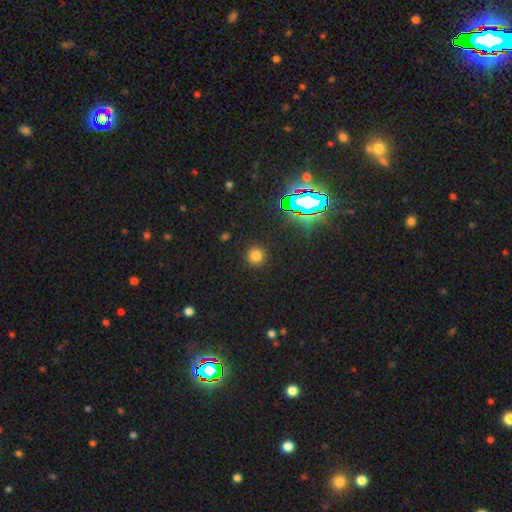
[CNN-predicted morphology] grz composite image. It shows a smooth galaxy with no disk features (75%) that is round (94%). Merging: none (91%).